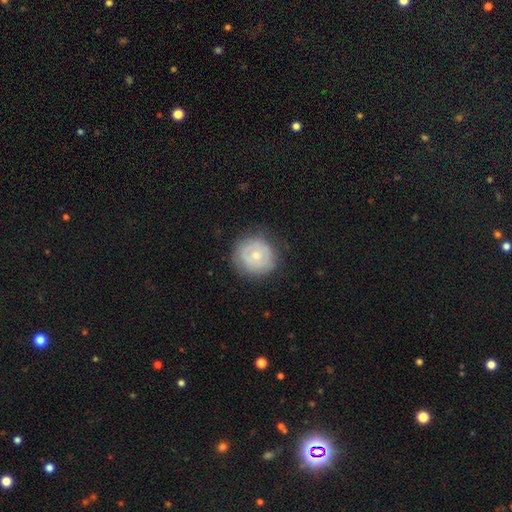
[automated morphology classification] smooth-or-featured: smooth: 55% | featured or disk: 38% | star or artifact: 7%
  how-rounded: round: 92% | in between: 7% | cigar-shaped: 1%
  merging: none: 77% | minor disturbance: 17% | major disturbance: 5% | merger: 1%